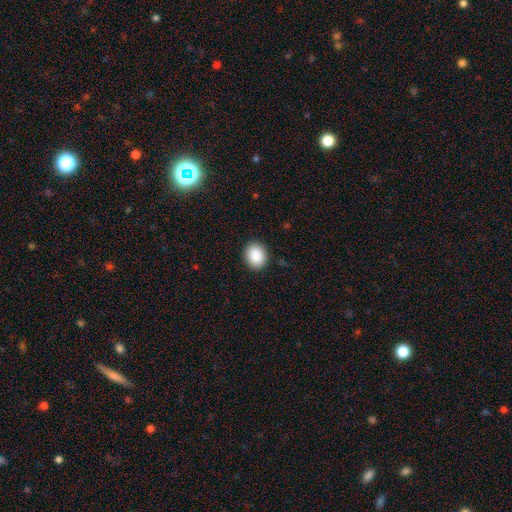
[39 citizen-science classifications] Morphology: type=smooth (97%); roundness=round (53%); merging=none (95%).